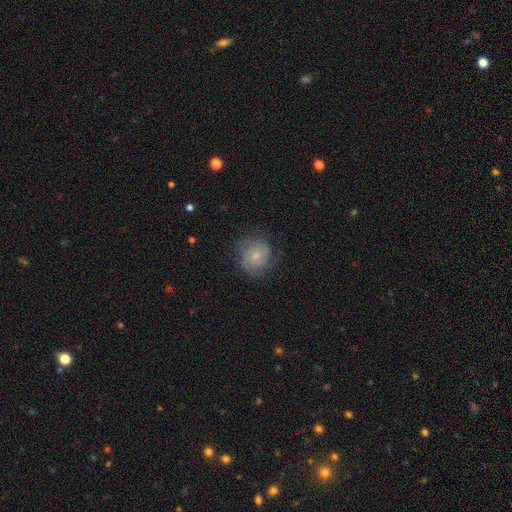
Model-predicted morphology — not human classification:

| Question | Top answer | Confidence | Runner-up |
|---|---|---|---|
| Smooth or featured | featured or disk | 55% | smooth (37%) |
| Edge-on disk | no | 98% | yes (2%) |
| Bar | no | 76% | weak (20%) |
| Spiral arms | yes | 85% | no (15%) |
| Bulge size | small | 66% | moderate (28%) |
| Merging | none | 71% | minor disturbance (20%) |